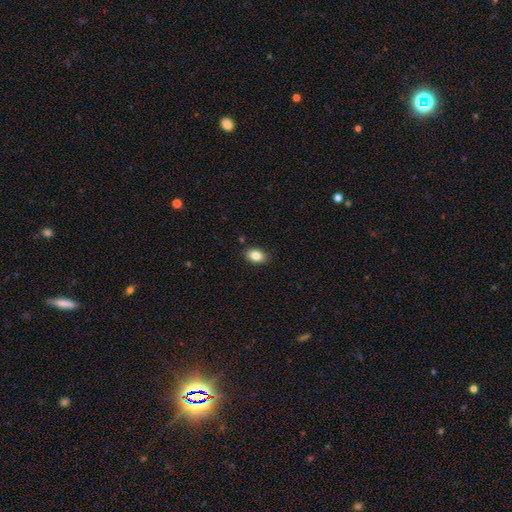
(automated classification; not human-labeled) smooth-or-featured: smooth: 85% | star or artifact: 8% | featured or disk: 7%
  how-rounded: in between: 86% | round: 13% | cigar-shaped: 2%
  merging: none: 88% | minor disturbance: 9% | major disturbance: 2% | merger: 1%